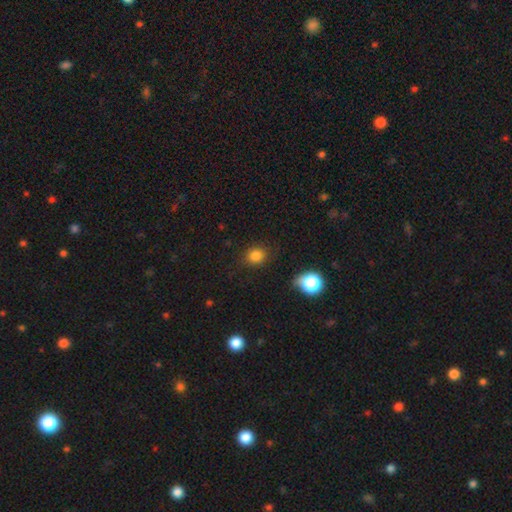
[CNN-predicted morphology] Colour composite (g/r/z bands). It shows a smooth galaxy with no disk features (82%) that is round (68%). Merging: none (83%).